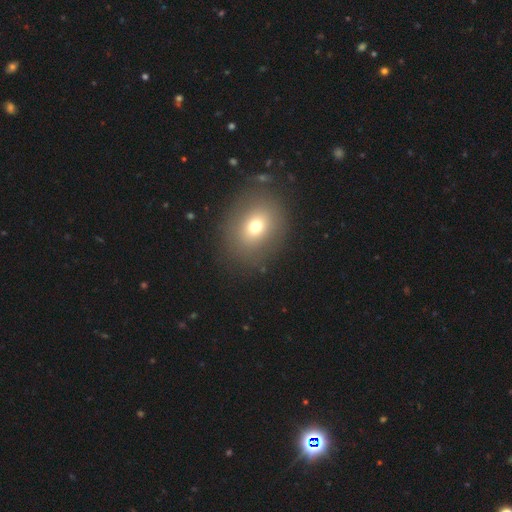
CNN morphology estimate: Smooth or featured? smooth (65%)
How rounded? round (53%)
Merging? none (86%)